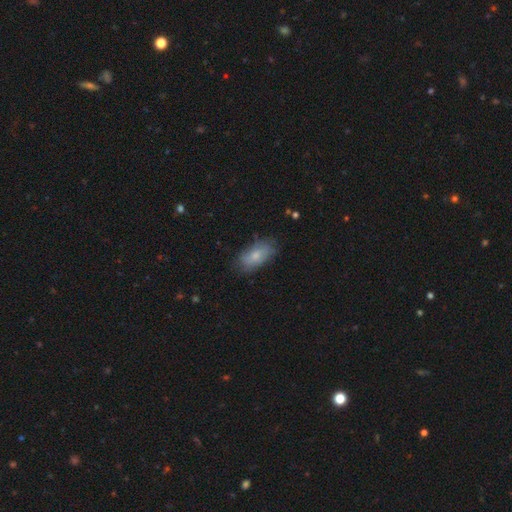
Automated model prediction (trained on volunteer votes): Smooth or featured? smooth (69%)
How rounded? in between (90%)
Merging? none (69%)